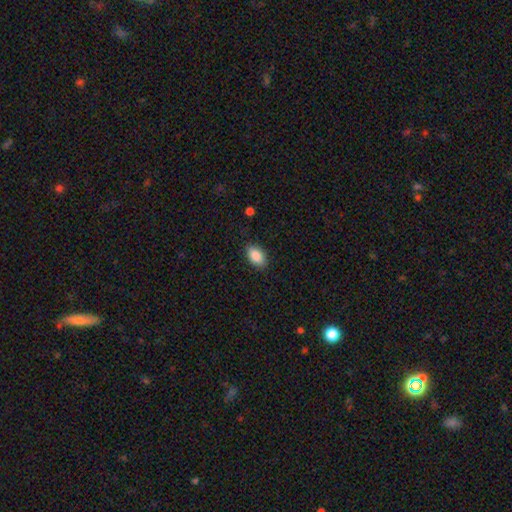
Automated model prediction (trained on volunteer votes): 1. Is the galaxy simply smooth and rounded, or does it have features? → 88% smooth, 7% star or artifact, 5% featured or disk.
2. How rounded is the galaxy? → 92% in between, 6% round, 2% cigar-shaped.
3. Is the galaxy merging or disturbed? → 87% none, 10% minor disturbance, 2% major disturbance, 1% merger.